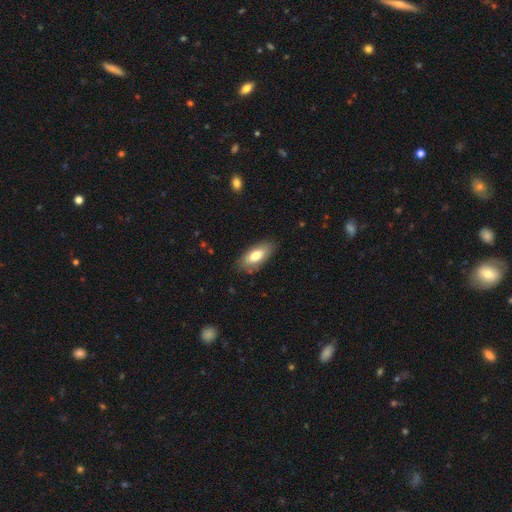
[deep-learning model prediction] Overall: smooth (77%). How rounded: in between (85%). Merging: none (83%).